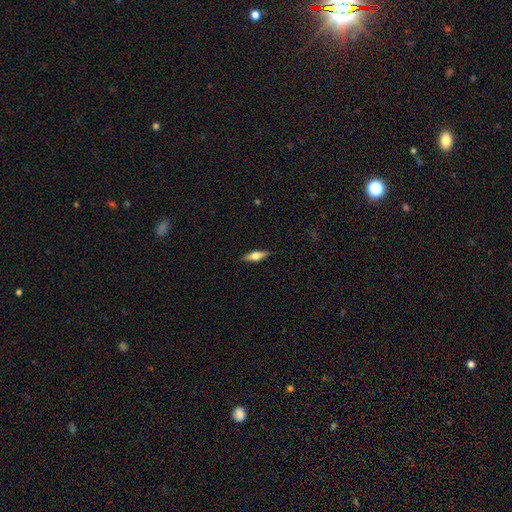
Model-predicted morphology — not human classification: type=smooth (51%); roundness=cigar-shaped (53%); merging=none (88%).